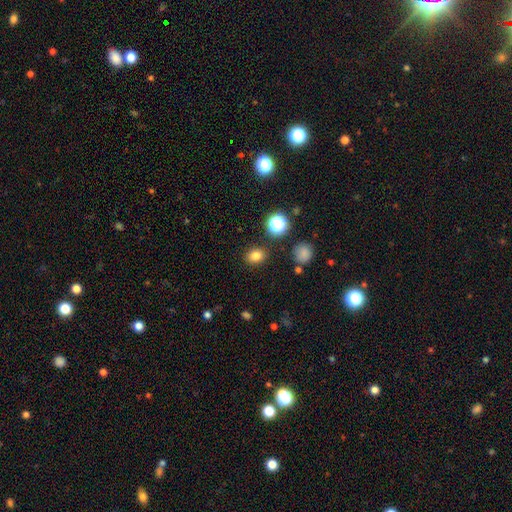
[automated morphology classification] smooth_or_featured: smooth (p=0.79) [alt: star or artifact p=0.15]
how_rounded: in between (p=0.51) [alt: round p=0.48]
merging: none (p=0.86) [alt: minor disturbance p=0.08]